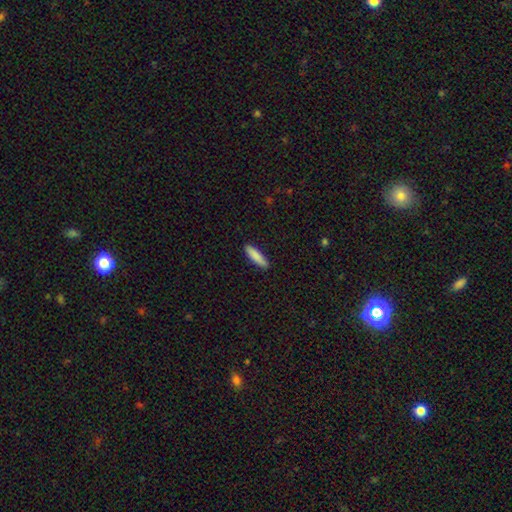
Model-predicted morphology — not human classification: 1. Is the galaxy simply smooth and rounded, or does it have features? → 87% smooth, 8% featured or disk, 6% star or artifact.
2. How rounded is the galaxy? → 72% cigar-shaped, 27% in between, 1% round.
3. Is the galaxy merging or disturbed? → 90% none, 8% minor disturbance, 2% major disturbance, 1% merger.